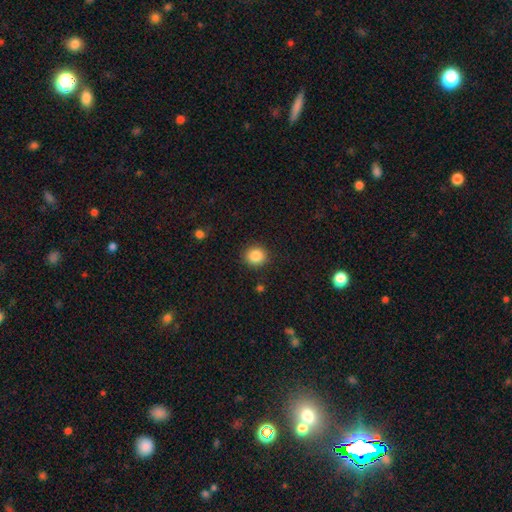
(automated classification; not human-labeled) Smooth or featured? smooth (86%)
How rounded? round (89%)
Merging? none (90%)